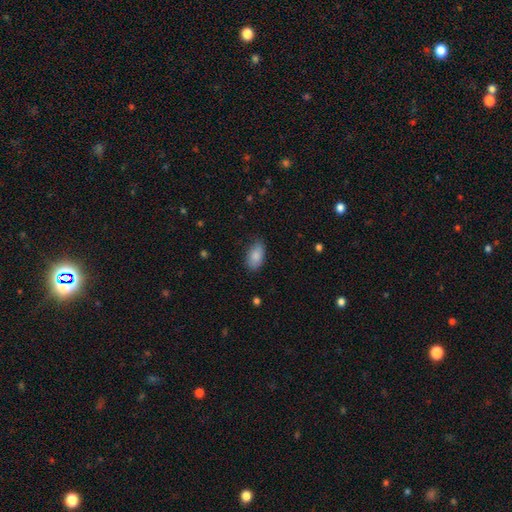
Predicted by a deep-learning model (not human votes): Smooth or featured? Predicted: smooth (p=0.86). How rounded? Predicted: in between (p=0.93). Merging? Predicted: none (p=0.81).